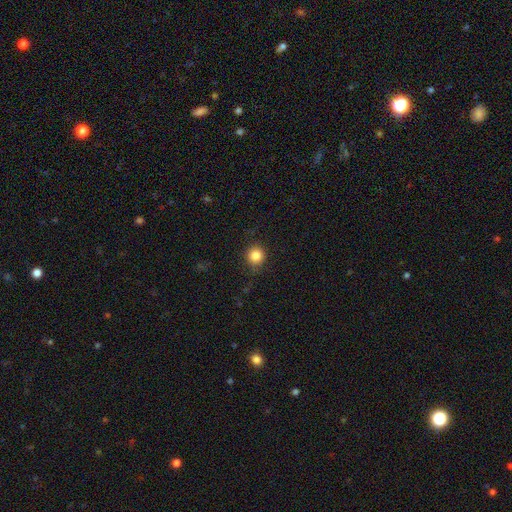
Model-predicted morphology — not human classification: type=smooth (84%); roundness=round (92%); merging=none (84%).